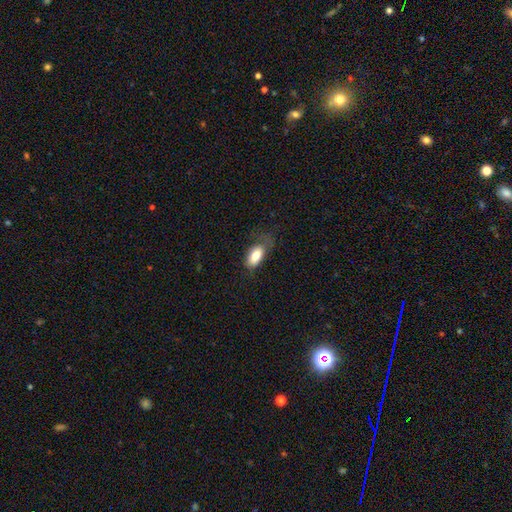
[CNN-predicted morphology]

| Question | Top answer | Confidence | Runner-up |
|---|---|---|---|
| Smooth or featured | smooth | 79% | featured or disk (13%) |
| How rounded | in between | 91% | cigar-shaped (5%) |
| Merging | none | 50% | minor disturbance (29%) |